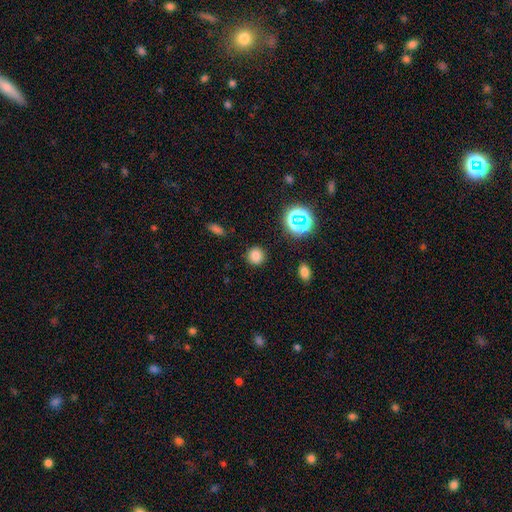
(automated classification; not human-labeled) A smooth galaxy with no disk features (78%) that is round (91%). Merging: none (89%).